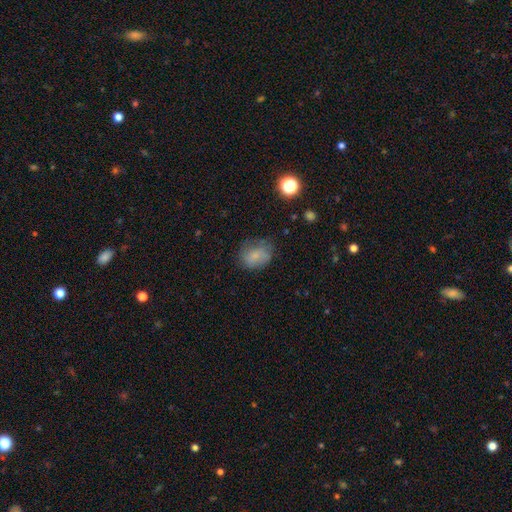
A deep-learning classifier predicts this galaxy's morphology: This is likely a smooth galaxy (69%). How rounded: possibly round (52%). Merging: possibly none (58%).